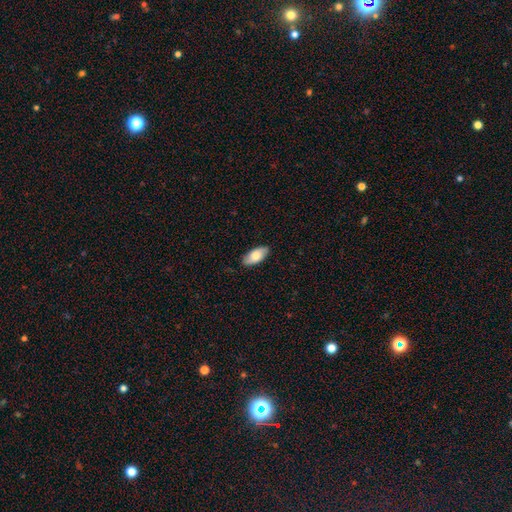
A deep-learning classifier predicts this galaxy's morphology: A smooth galaxy with no disk features (76%) that is in between round and cigar-shaped (90%).

Vote fractions:
- Smooth or featured? smooth: 76% / featured or disk: 18% / star or artifact: 6%
- How rounded? in between: 90% / cigar-shaped: 8% / round: 2%
- Merging? none: 86% / minor disturbance: 11% / major disturbance: 2% / merger: 1%